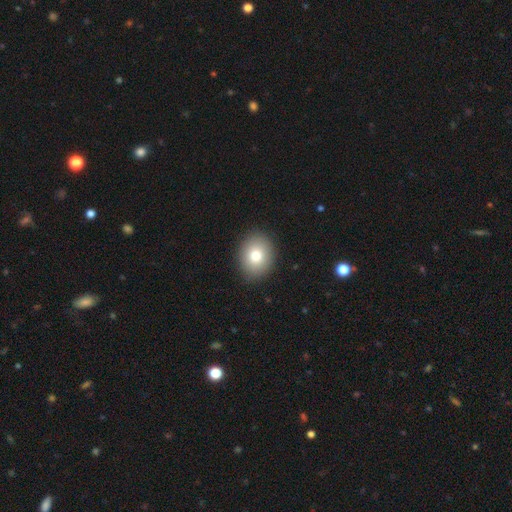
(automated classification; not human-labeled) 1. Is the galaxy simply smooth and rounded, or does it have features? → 79% smooth, 11% featured or disk, 10% star or artifact.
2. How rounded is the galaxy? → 54% round, 45% in between, 1% cigar-shaped.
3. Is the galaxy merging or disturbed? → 89% none, 8% minor disturbance, 2% major disturbance, 1% merger.